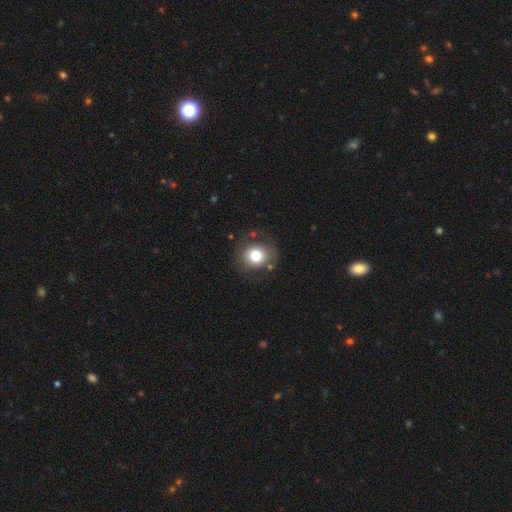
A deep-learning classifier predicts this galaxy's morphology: Smooth or featured: smooth — 73% (featured or disk — 17%)
How rounded: round — 83% (in between — 16%)
Merging: none — 76% (minor disturbance — 14%)